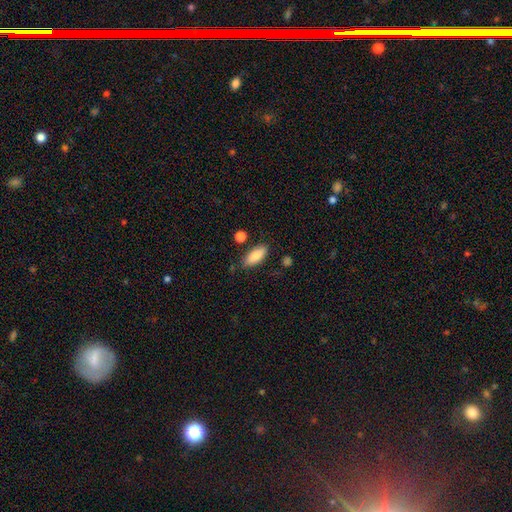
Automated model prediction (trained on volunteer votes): Q: Smooth or featured?
A: smooth (84%); runner-up: featured or disk (9%)
Q: How rounded?
A: in between (78%); runner-up: cigar-shaped (20%)
Q: Merging?
A: none (82%); runner-up: minor disturbance (12%)